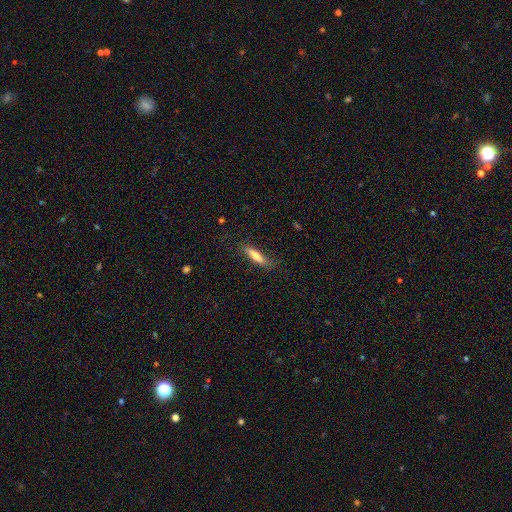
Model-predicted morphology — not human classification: Smooth or featured: smooth — 67% (featured or disk — 27%)
How rounded: cigar-shaped — 78% (in between — 21%)
Merging: none — 78% (minor disturbance — 16%)